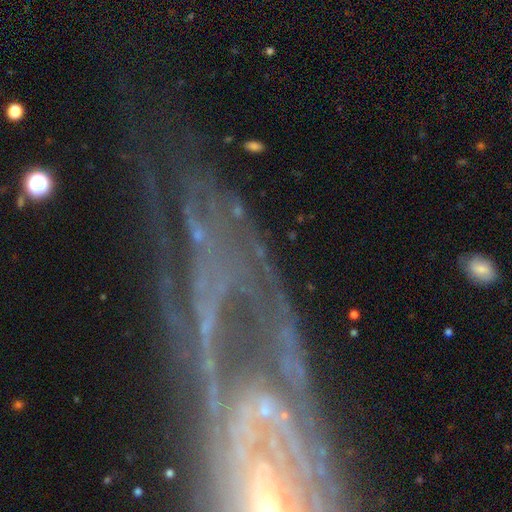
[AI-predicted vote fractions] Smooth or featured? Predicted: featured or disk (p=0.60). Edge-on disk? Predicted: no (p=0.87). Bar? Predicted: strong (p=0.37). Spiral arms? Predicted: yes (p=0.82). Bulge size? Predicted: small (p=0.52). Merging? Predicted: none (p=0.68).